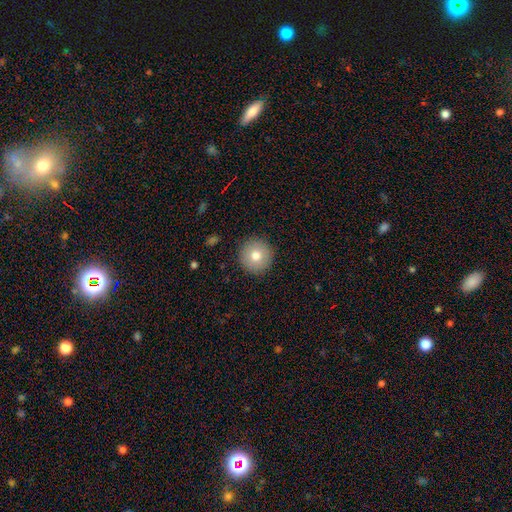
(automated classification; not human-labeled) Morphology: type=smooth (77%); roundness=round (96%); merging=none (91%).